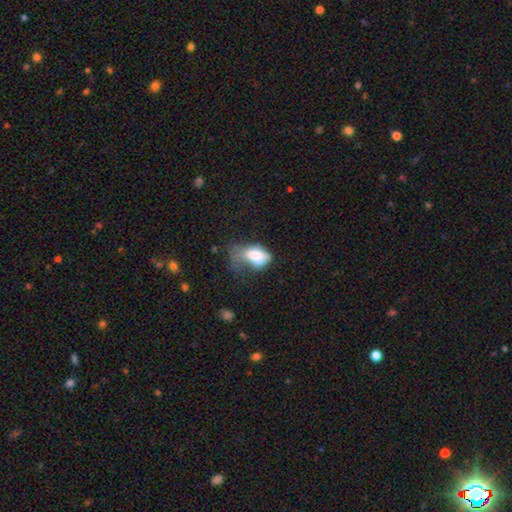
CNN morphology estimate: Smooth or featured: smooth — 63% (featured or disk — 27%)
How rounded: in between — 84% (round — 13%)
Merging: major disturbance — 52% (minor disturbance — 20%)